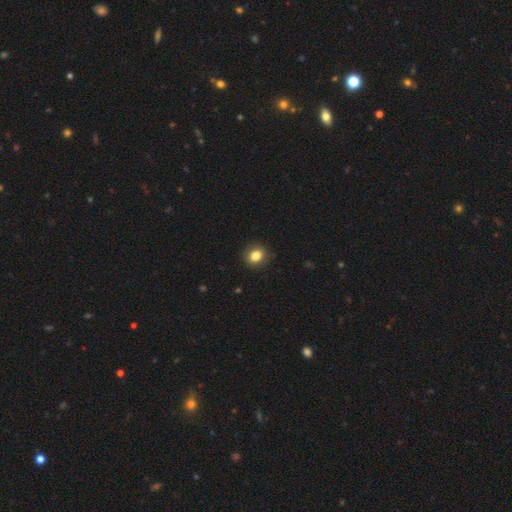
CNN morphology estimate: The model was most divided on "how rounded": round: 60%, in between: 39%, cigar-shaped: 1%. More confident: merging — none (88%); smooth or featured — smooth (84%).